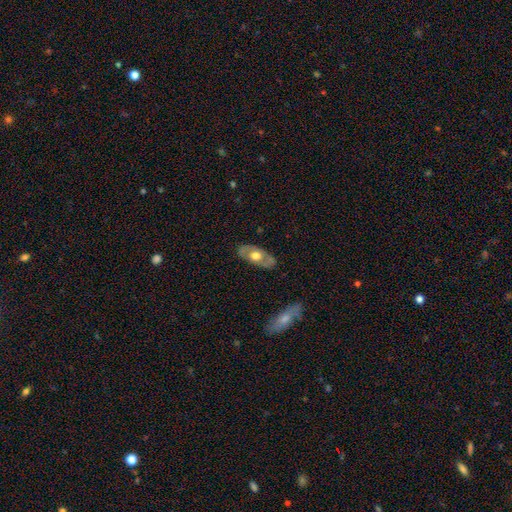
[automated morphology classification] type=featured or disk (53%); edge-on=no (76%); merging=none (82%).